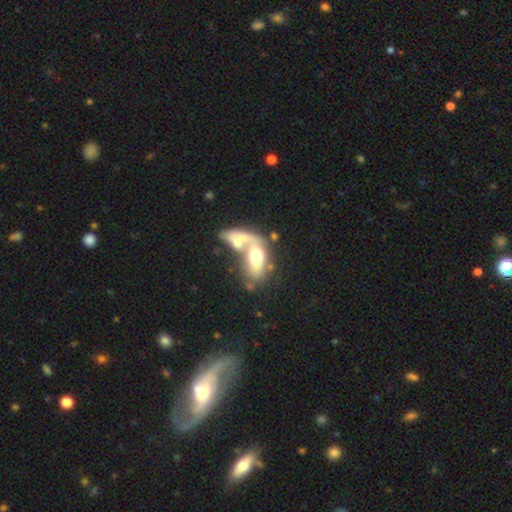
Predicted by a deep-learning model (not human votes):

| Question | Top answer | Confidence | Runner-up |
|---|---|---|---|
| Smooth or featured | smooth | 51% | featured or disk (42%) |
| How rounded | in between | 80% | cigar-shaped (11%) |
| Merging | merger | 65% | none (15%) |